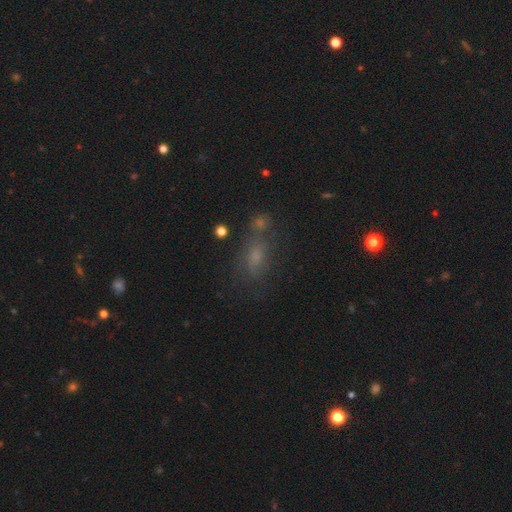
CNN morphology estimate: A smooth galaxy with no disk features (54%) that is in between round and cigar-shaped (70%).

Vote fractions:
- Smooth or featured? smooth: 54% / star or artifact: 28% / featured or disk: 18%
- How rounded? in between: 70% / round: 18% / cigar-shaped: 11%
- Merging? none: 61% / minor disturbance: 17% / merger: 13% / major disturbance: 9%